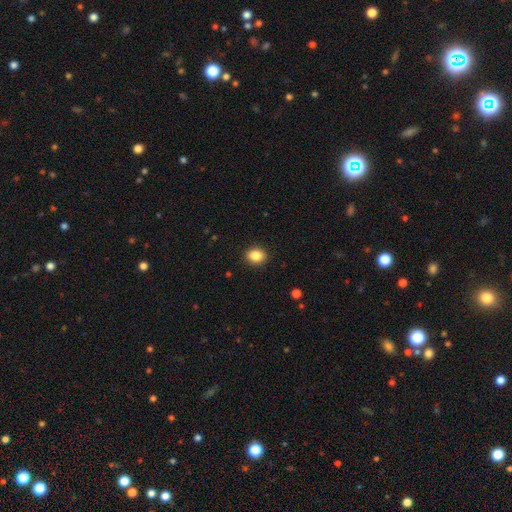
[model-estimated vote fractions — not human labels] This appears to be a smooth galaxy with no disk features (86%) that is round (53%). Merging: none (90%).